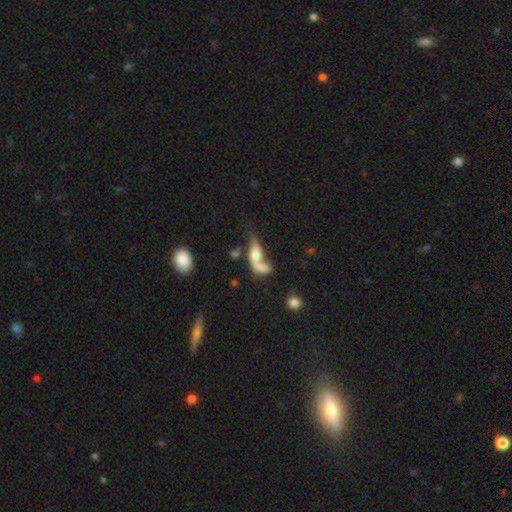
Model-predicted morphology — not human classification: type=smooth (48%); merging=merger (47%).